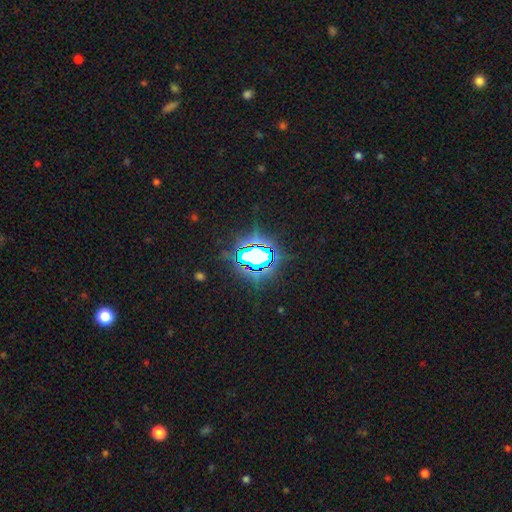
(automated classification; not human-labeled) star or artifact 75%, smooth 14%, featured or disk 12%.